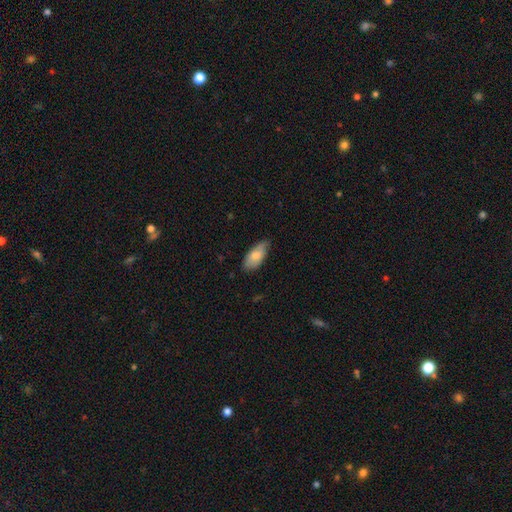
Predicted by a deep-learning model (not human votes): A smooth galaxy with no disk features (74%) that is in between round and cigar-shaped (89%). Merging: none (68%).